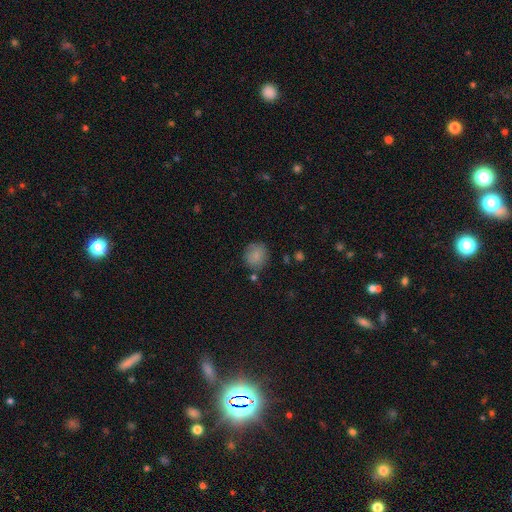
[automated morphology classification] Smooth or featured? smooth (84%)
How rounded? round (86%)
Merging? none (77%)